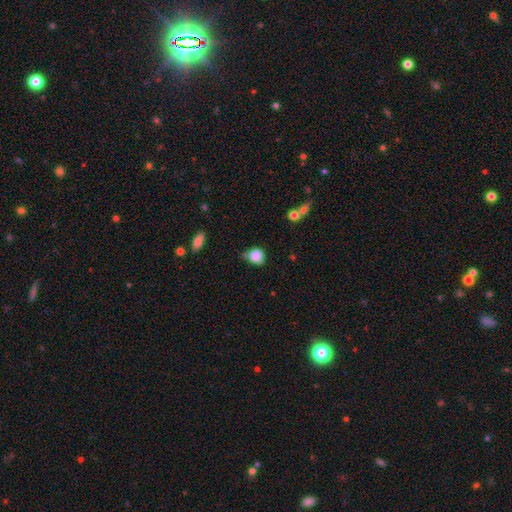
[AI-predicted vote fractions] smooth_or_featured: smooth (p=0.85) [alt: star or artifact p=0.10]
how_rounded: round (p=0.78) [alt: in between p=0.20]
merging: none (p=0.54) [alt: minor disturbance p=0.29]